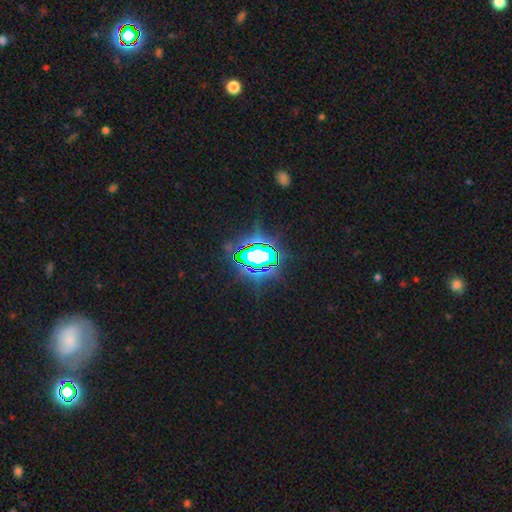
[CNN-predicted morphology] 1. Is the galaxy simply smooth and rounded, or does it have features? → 77% star or artifact, 13% smooth, 11% featured or disk.